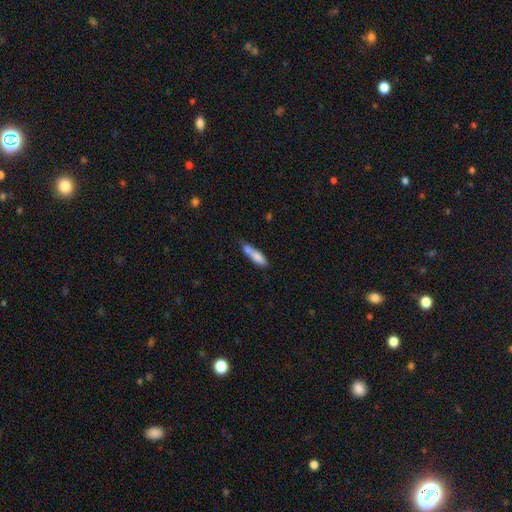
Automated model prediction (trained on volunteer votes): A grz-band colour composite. It shows a smooth galaxy with no disk features (77%) that is cigar-shaped (64%). Merging: none (44%).